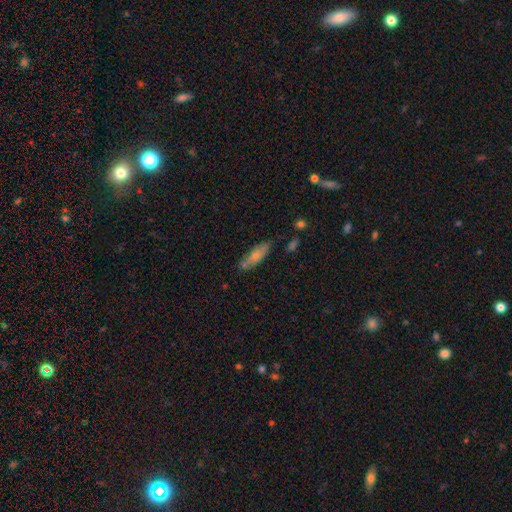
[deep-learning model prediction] Smooth or featured: smooth — 69% (featured or disk — 25%)
How rounded: in between — 51% (cigar-shaped — 46%)
Merging: none — 66% (minor disturbance — 21%)